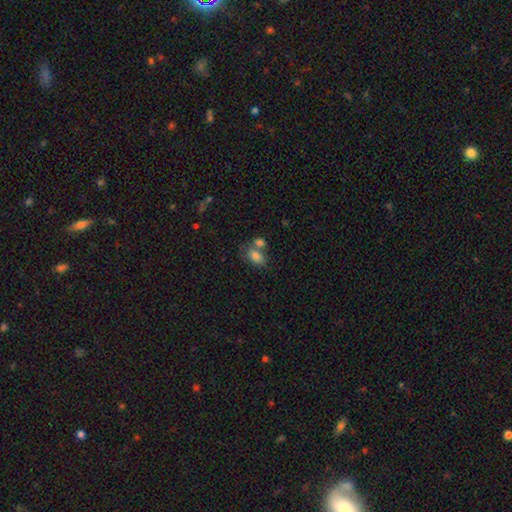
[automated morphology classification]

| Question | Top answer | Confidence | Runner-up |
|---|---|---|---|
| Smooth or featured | smooth | 81% | featured or disk (10%) |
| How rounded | in between | 85% | round (13%) |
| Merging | none | 41% | tied: merger (41%) |